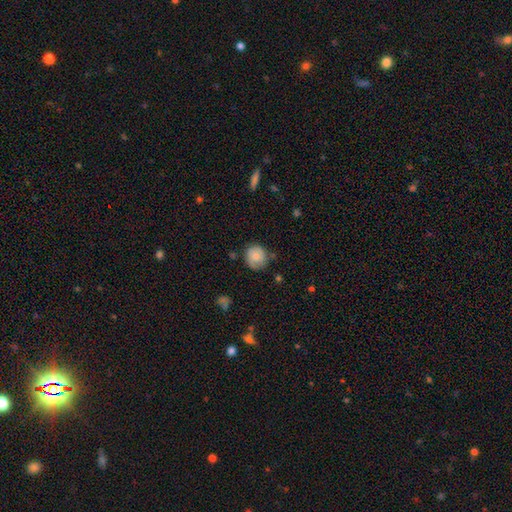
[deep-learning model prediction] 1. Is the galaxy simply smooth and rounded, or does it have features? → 78% smooth, 14% featured or disk, 8% star or artifact.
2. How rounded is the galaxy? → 86% round, 13% in between, 1% cigar-shaped.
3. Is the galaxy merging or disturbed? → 69% none, 23% minor disturbance, 6% major disturbance, 3% merger.